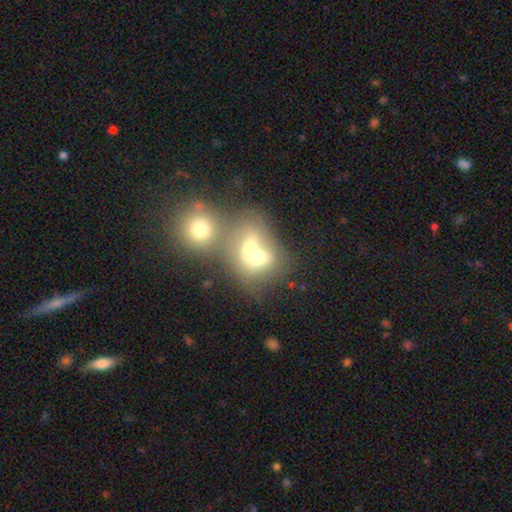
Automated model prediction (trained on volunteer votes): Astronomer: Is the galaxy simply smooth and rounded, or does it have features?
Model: smooth — 60%.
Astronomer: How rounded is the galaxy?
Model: round — 60% (runner-up: in between, 39%).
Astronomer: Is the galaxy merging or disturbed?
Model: merger — 70%.